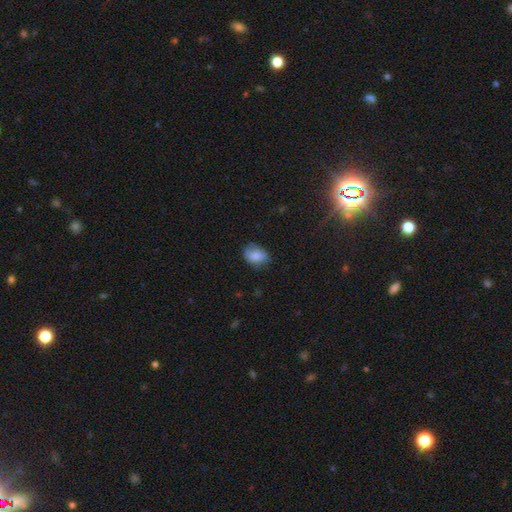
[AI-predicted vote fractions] smooth_or_featured: smooth (p=0.76) [alt: featured or disk p=0.16]
how_rounded: in between (p=0.73) [alt: round p=0.26]
merging: none (p=0.62) [alt: minor disturbance p=0.29]